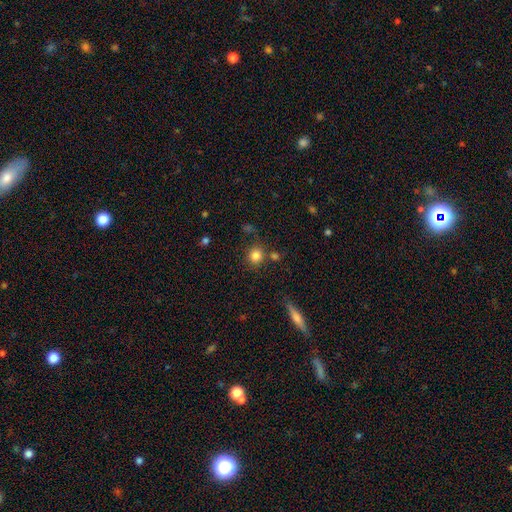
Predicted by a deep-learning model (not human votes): The model was most divided on "merging": none: 77%, minor disturbance: 10%, merger: 9%, major disturbance: 4%. More confident: how rounded — round (86%); smooth or featured — smooth (83%).